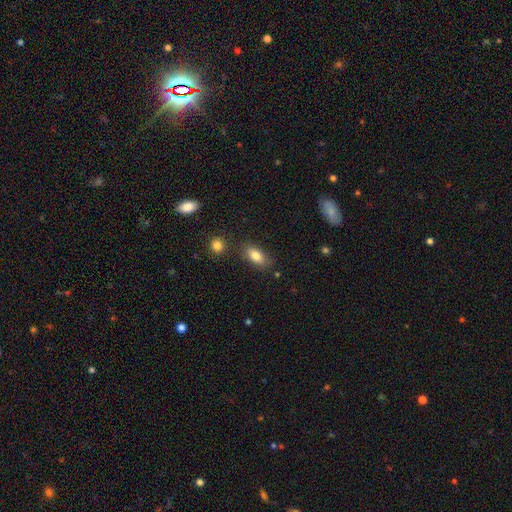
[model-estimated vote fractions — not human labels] smooth 83%, featured or disk 9%, star or artifact 8%. Down the decision tree: how rounded — in between (88%); merging — none (79%).